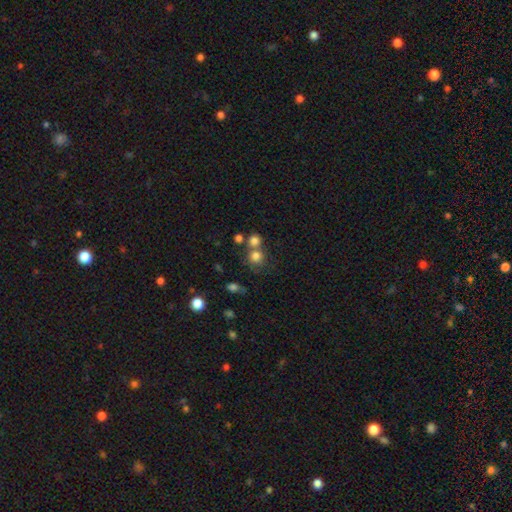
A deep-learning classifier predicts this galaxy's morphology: Smooth or featured: smooth — 77% (star or artifact — 14%)
How rounded: round — 86% (in between — 13%)
Merging: none — 52% (merger — 34%)